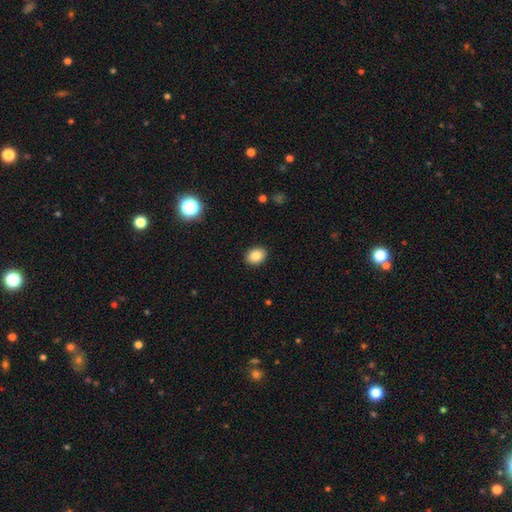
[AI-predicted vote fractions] A smooth galaxy with no disk features (85%) that is in between round and cigar-shaped (65%).

Vote fractions:
- Smooth or featured? smooth: 85% / star or artifact: 9% / featured or disk: 6%
- How rounded? in between: 65% / round: 34% / cigar-shaped: 1%
- Merging? none: 90% / minor disturbance: 7% / major disturbance: 2% / merger: 1%